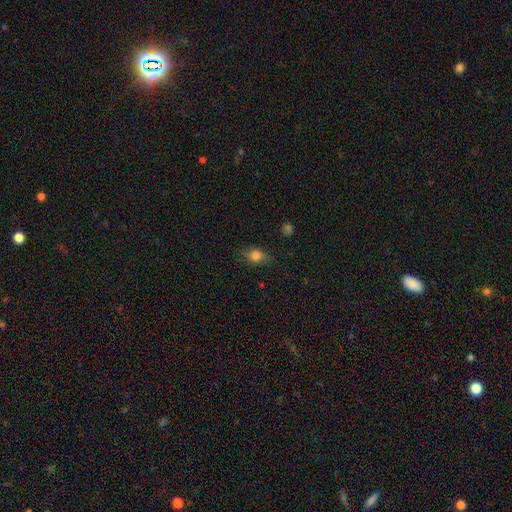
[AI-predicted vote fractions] The model was most divided on "how rounded": in between: 61%, round: 34%, cigar-shaped: 6%. More confident: merging — none (76%); smooth or featured — smooth (70%).